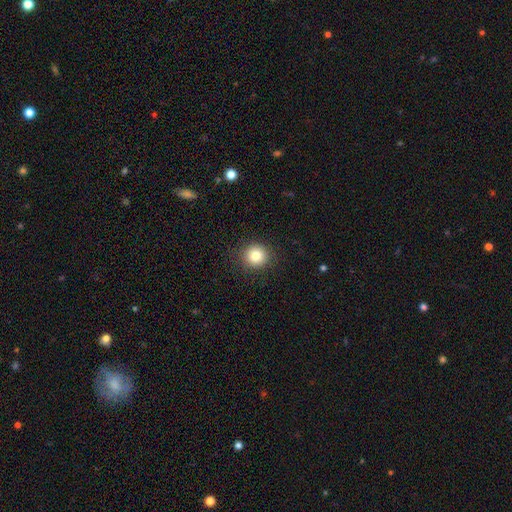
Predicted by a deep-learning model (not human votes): Smooth or featured? Predicted: smooth (p=0.83). How rounded? Predicted: round (p=0.91). Merging? Predicted: none (p=0.90).